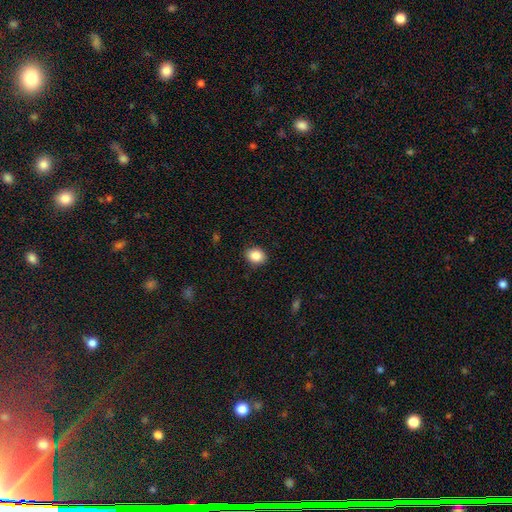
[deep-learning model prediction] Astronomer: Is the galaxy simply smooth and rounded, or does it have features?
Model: smooth — 86%.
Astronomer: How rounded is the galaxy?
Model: in between — 51% (runner-up: round, 49%).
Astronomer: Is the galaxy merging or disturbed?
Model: none — 90%.